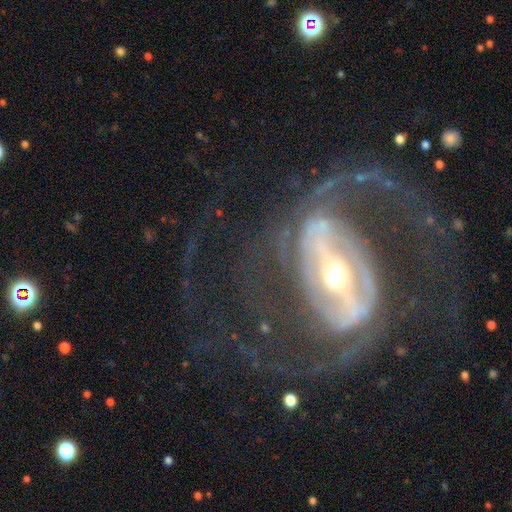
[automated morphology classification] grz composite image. It shows a featured or disk galaxy (91%) with a strong bar (70%), 2 (83%) medium (49%) spiral arms (94%) and a moderate central bulge (49%). Merging: none (61%).